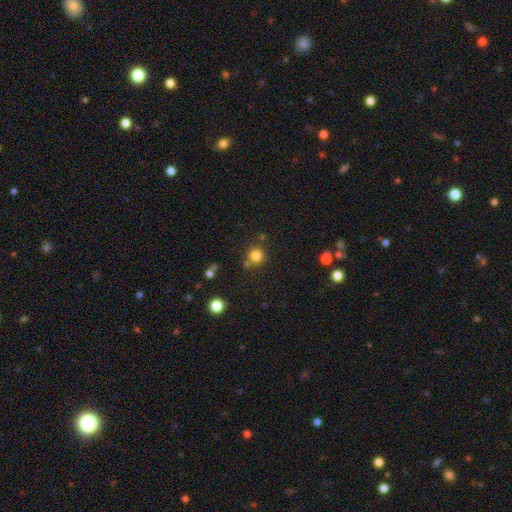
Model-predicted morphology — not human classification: Smooth or featured: smooth — 81% (star or artifact — 13%)
How rounded: round — 93% (in between — 6%)
Merging: none — 78% (merger — 11%)